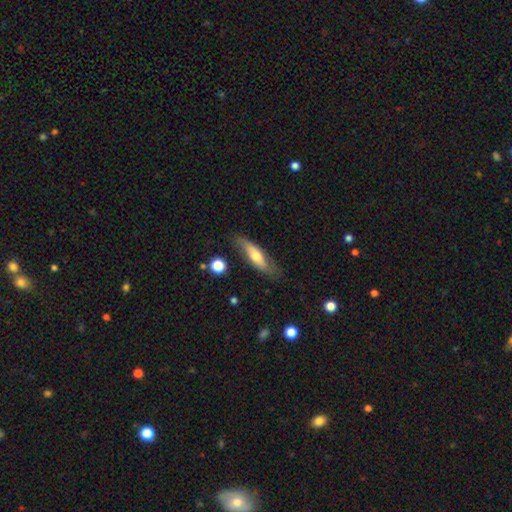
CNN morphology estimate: Smooth or featured? smooth (52%)
How rounded? cigar-shaped (58%)
Merging? none (72%)